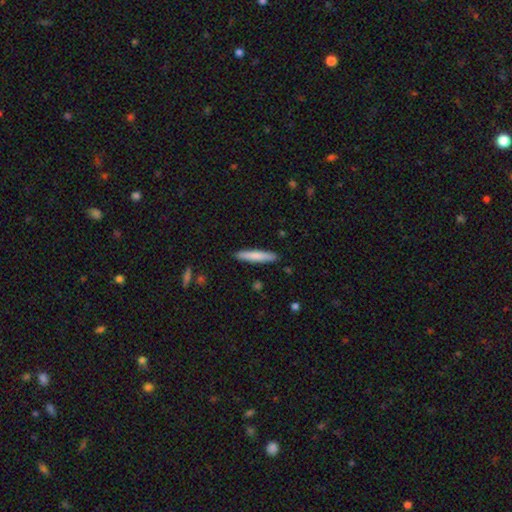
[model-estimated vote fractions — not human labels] Smooth or featured: smooth — 77% (featured or disk — 17%)
How rounded: cigar-shaped — 91% (in between — 8%)
Merging: none — 90% (minor disturbance — 7%)